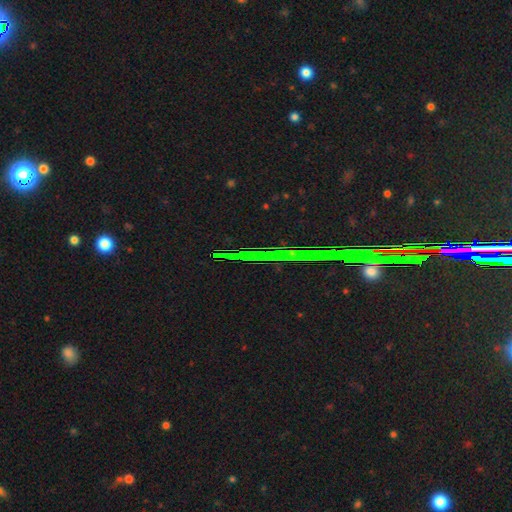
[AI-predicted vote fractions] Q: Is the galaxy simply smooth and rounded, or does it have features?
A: star or artifact — 82%.